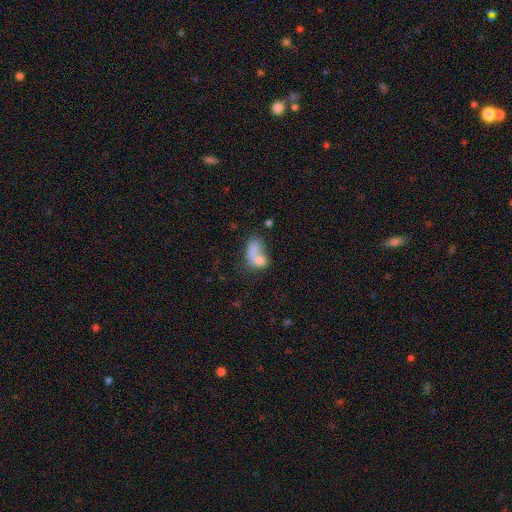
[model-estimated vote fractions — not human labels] smooth_or_featured: smooth (p=0.71) [alt: featured or disk p=0.20]
how_rounded: in between (p=0.72) [alt: round p=0.26]
merging: merger (p=0.65) [alt: none p=0.17]